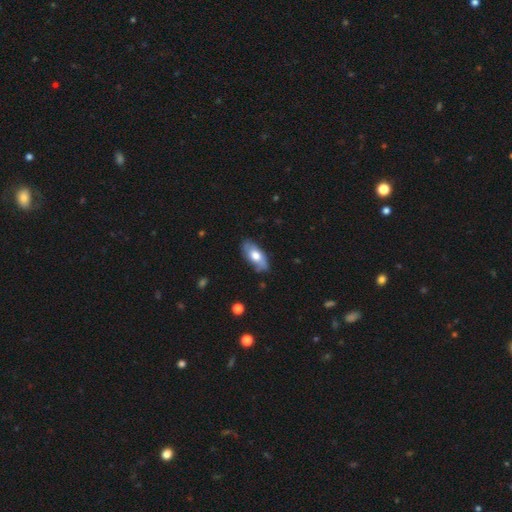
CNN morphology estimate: smooth 63%, featured or disk 31%, star or artifact 6%. Down the decision tree: how rounded — in between (88%); merging — none (78%).